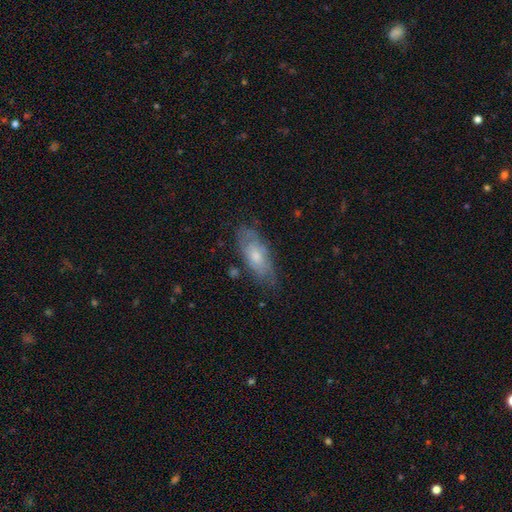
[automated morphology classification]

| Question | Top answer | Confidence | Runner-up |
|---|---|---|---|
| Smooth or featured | smooth | 47% | featured or disk (45%) |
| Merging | none | 69% | minor disturbance (22%) |